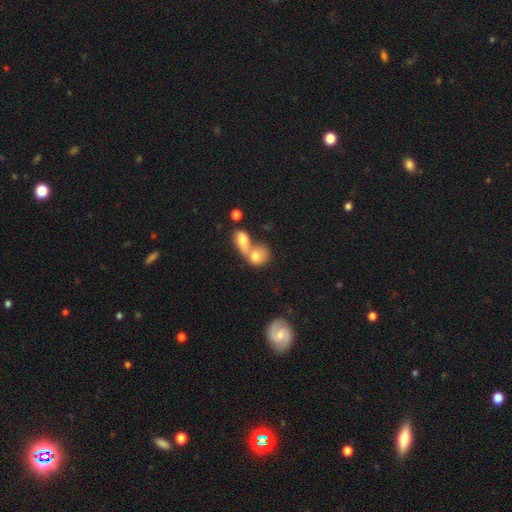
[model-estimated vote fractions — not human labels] Smooth or featured? Predicted: smooth (p=0.75). How rounded? Predicted: round (p=0.51). Merging? Predicted: merger (p=0.73).